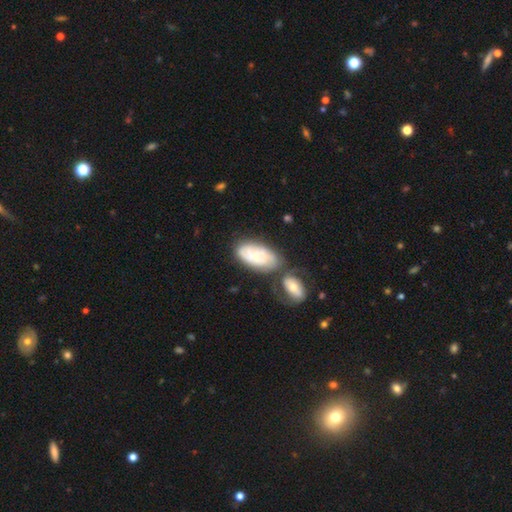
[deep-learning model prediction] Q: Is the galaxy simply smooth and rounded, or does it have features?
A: smooth — 50%.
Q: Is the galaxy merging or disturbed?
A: none — 45%.